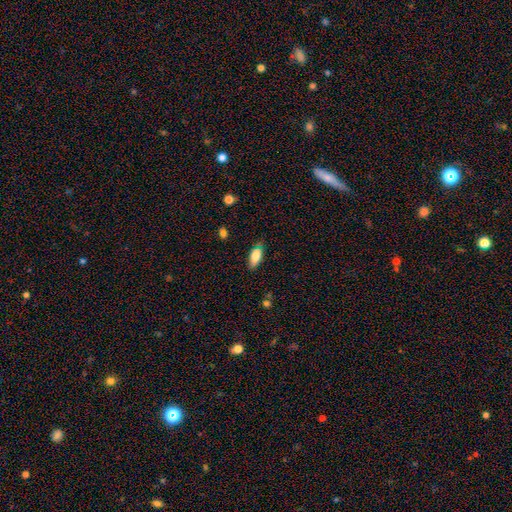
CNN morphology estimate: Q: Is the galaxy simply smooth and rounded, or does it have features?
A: smooth — 80%.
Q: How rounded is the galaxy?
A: in between — 84%.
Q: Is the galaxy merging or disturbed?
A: none — 73%.